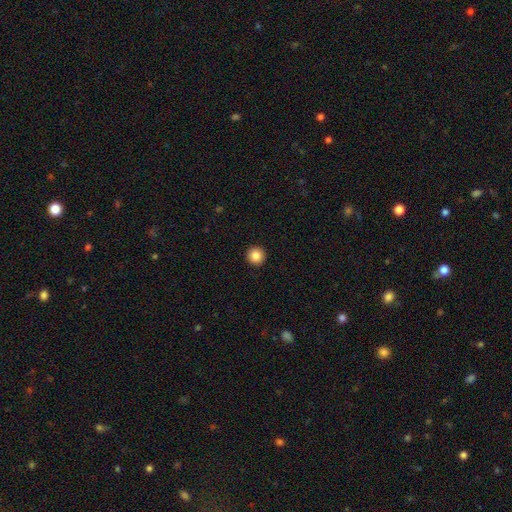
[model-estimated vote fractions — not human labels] Smooth or featured?
  - smooth: 86% *
  - star or artifact: 9%
  - featured or disk: 4%
How rounded?
  - round: 96% *
  - in between: 3%
  - cigar-shaped: 1%
Merging?
  - none: 94% *
  - minor disturbance: 4%
  - major disturbance: 1%
  - merger: 1%